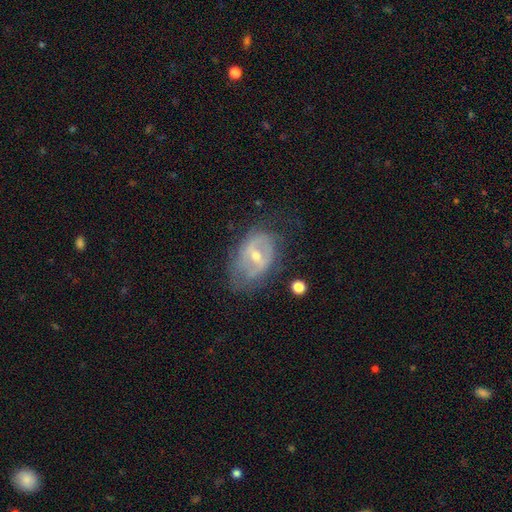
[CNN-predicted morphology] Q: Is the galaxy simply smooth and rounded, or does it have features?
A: featured or disk — 72%.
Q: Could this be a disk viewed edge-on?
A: no — 94%.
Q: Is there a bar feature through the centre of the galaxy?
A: weak — 45%.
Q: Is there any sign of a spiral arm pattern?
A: yes — 55%.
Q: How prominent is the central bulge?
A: moderate — 52%.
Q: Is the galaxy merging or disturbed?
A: none — 58%.